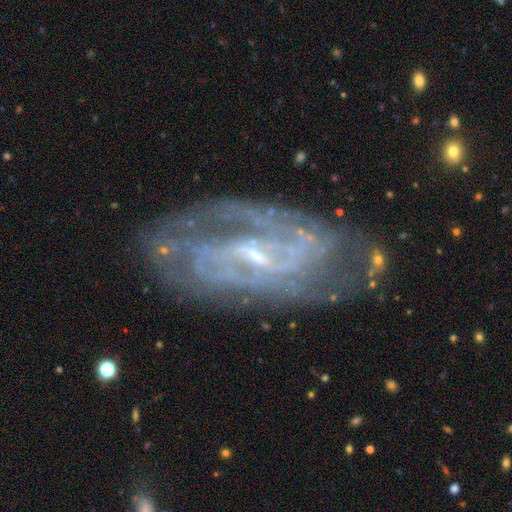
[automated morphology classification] A featured or disk galaxy (87%) with a weak bar (48%), 2 (34%) tight (52%) spiral arms (94%) and a small central bulge (74%).

Vote fractions:
- Smooth or featured? featured or disk: 87% / star or artifact: 7% / smooth: 6%
- Edge-on disk? no: 95% / yes: 5%
- Bar? weak: 48% / no: 30% / strong: 22%
- Spiral arms? yes: 94% / no: 6%
- Spiral winding? tight: 52% / medium: 38% / loose: 10%
- Spiral arm count? 2: 34% / can't tell: 31% / 3: 15% / 4: 8% / more than 4: 6% / 1: 6%
- Bulge size? small: 74% / moderate: 18% / none: 6% / large: 1% / dominant: 1%
- Merging? none: 71% / minor disturbance: 18% / major disturbance: 8% / merger: 2%